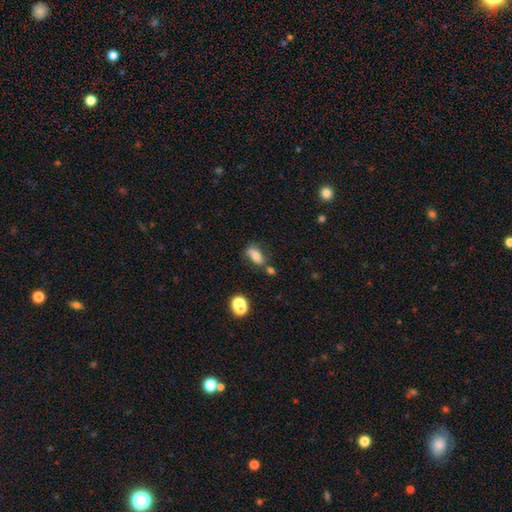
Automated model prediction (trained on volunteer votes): smooth-or-featured: smooth: 66% | featured or disk: 23% | star or artifact: 10%
  how-rounded: in between: 83% | cigar-shaped: 9% | round: 8%
  merging: none: 57% | minor disturbance: 22% | merger: 14% | major disturbance: 7%